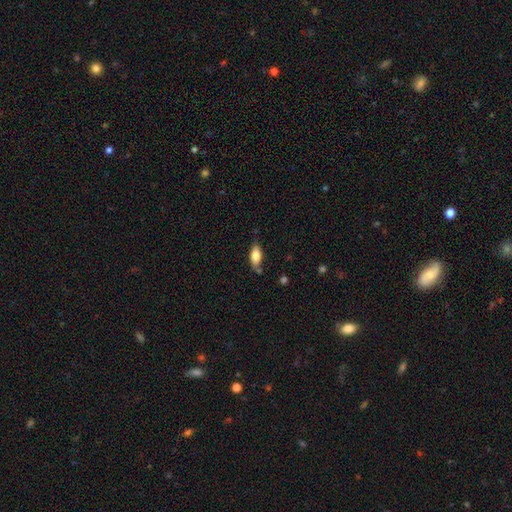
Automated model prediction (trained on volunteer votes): A smooth galaxy with no disk features (77%) that is in between round and cigar-shaped (83%). Merging: none (69%).